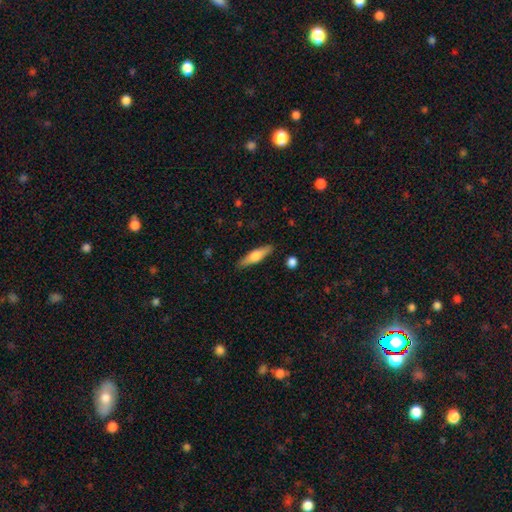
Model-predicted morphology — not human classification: Q: Smooth or featured?
A: smooth (51%); runner-up: featured or disk (43%)
Q: How rounded?
A: cigar-shaped (71%); runner-up: in between (26%)
Q: Merging?
A: none (88%); runner-up: minor disturbance (9%)